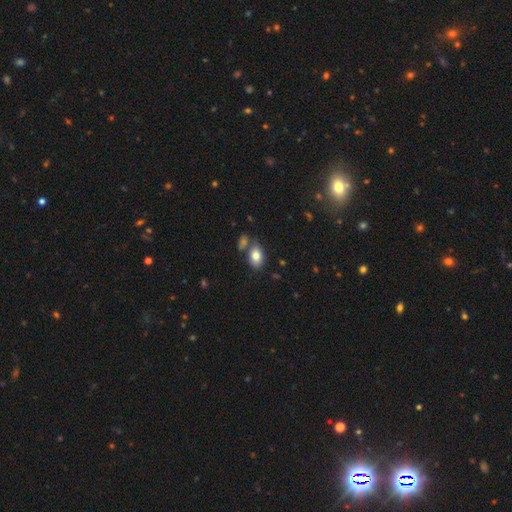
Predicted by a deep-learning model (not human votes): smooth-or-featured: smooth: 81% | featured or disk: 11% | star or artifact: 8%
  how-rounded: in between: 85% | round: 13% | cigar-shaped: 2%
  merging: none: 63% | merger: 19% | minor disturbance: 14% | major disturbance: 4%